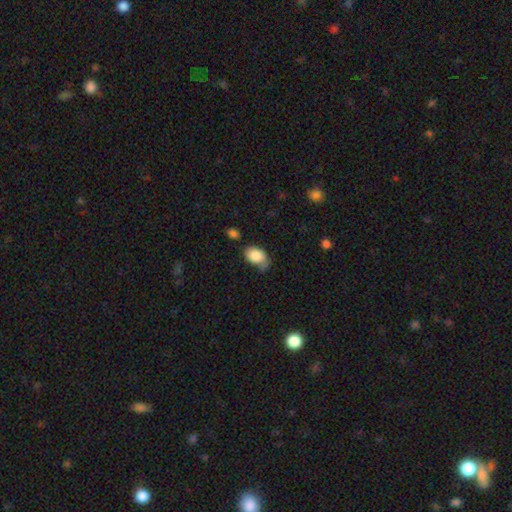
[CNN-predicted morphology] Smooth or featured: smooth — 84% (featured or disk — 9%)
How rounded: in between — 84% (round — 15%)
Merging: none — 49% (minor disturbance — 35%)